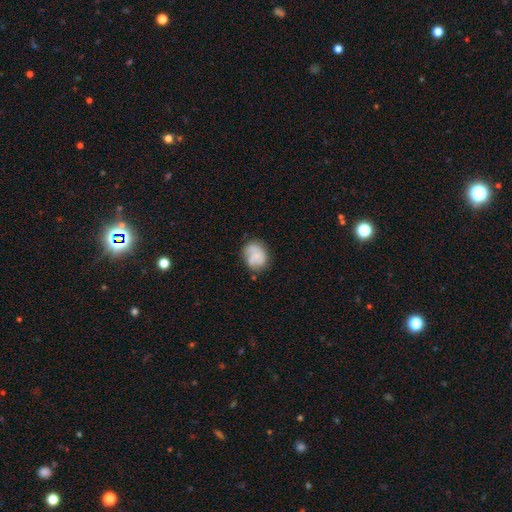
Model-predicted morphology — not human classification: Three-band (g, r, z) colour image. It shows a smooth galaxy with no disk features (48%). Merging: none (60%).